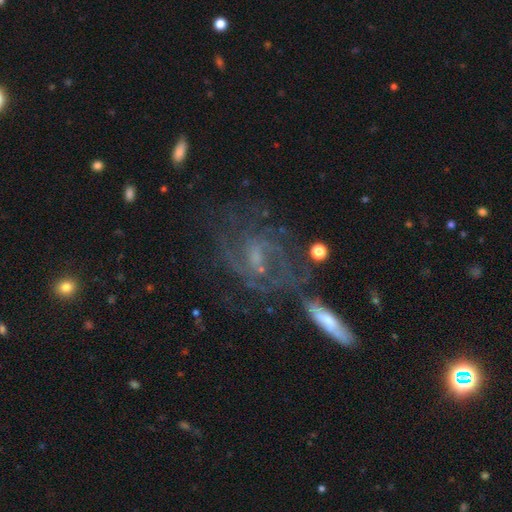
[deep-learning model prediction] Smooth or featured? Predicted: featured or disk (p=0.76). Edge-on disk? Predicted: no (p=0.95). Bar? Predicted: weak (p=0.45). Spiral arms? Predicted: yes (p=0.81). Spiral winding? Predicted: medium (p=0.43). Spiral arm count? Predicted: 2 (p=0.38, tied with can't tell). Bulge size? Predicted: small (p=0.47). Merging? Predicted: none (p=0.51).